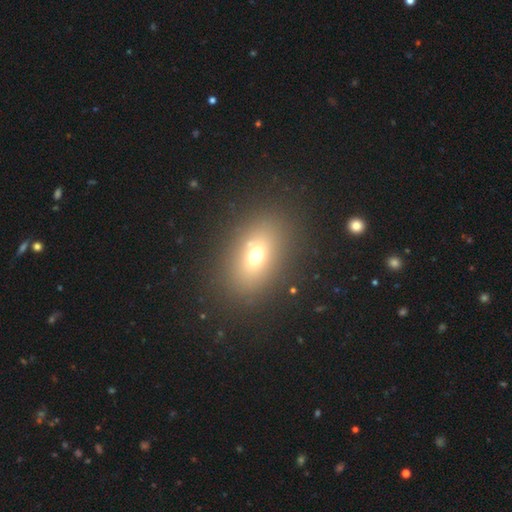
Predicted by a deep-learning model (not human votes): smooth_or_featured: smooth (p=0.65) [alt: star or artifact p=0.18]
how_rounded: in between (p=0.70) [alt: round p=0.27]
merging: none (p=0.84) [alt: minor disturbance p=0.08]